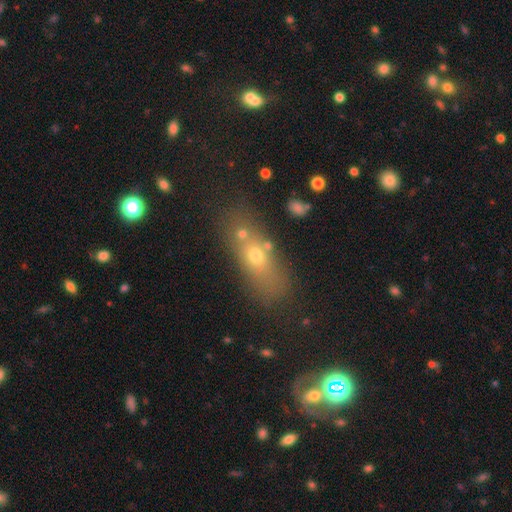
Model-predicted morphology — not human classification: Smooth or featured?
  - smooth: 60% *
  - featured or disk: 24%
  - star or artifact: 16%
How rounded?
  - in between: 59% *
  - cigar-shaped: 26%
  - round: 15%
Merging?
  - none: 56% *
  - merger: 22%
  - minor disturbance: 14%
  - major disturbance: 8%